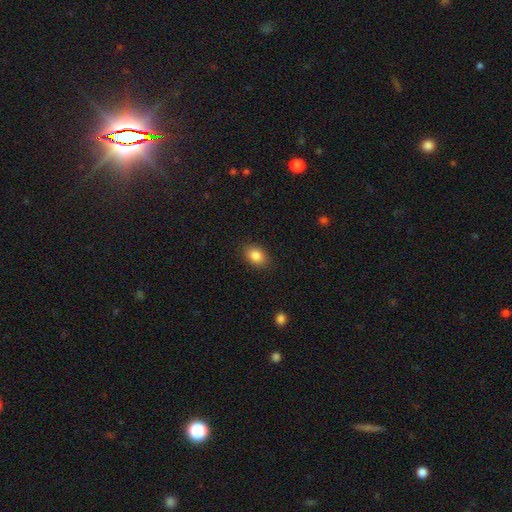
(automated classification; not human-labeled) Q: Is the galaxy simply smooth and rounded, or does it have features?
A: smooth — 85%.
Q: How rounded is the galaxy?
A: in between — 73%.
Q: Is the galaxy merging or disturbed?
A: none — 88%.